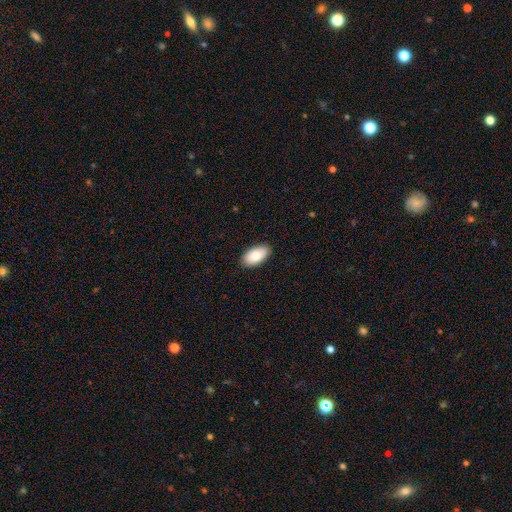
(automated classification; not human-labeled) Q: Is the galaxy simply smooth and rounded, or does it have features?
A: smooth — 84%.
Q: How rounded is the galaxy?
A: in between — 95%.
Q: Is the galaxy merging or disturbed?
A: none — 87%.